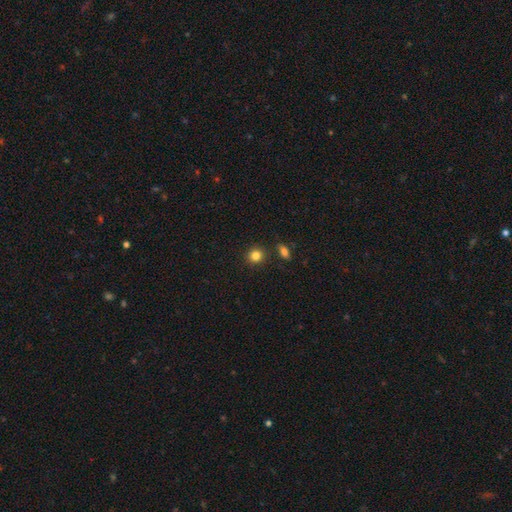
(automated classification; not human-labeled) Morphology: type=smooth (84%); roundness=round (86%); merging=none (87%).